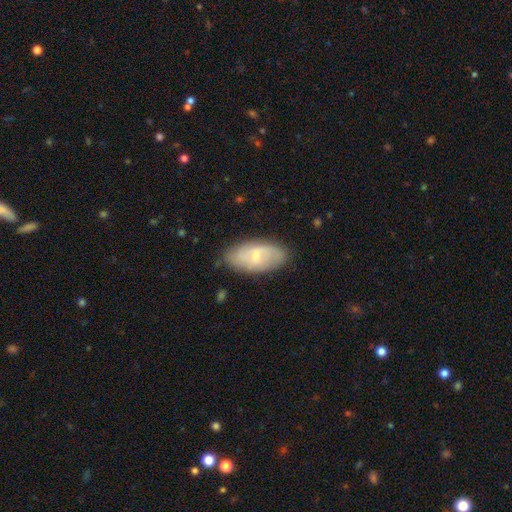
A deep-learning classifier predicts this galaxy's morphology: smooth_or_featured: smooth (p=0.49) [alt: featured or disk p=0.44]
merging: none (p=0.78) [alt: minor disturbance p=0.17]